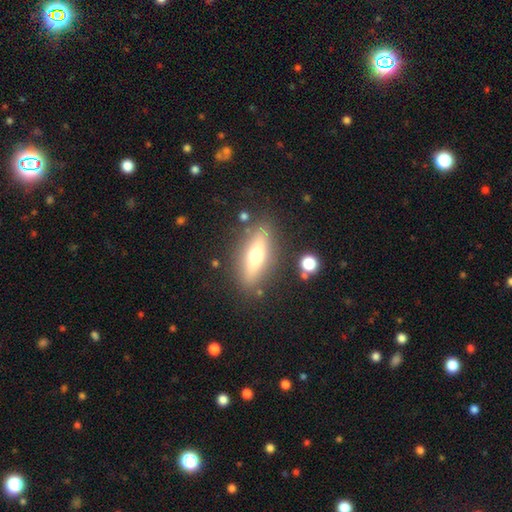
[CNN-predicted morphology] Q: Smooth or featured?
A: smooth (48%); runner-up: featured or disk (44%)
Q: Merging?
A: none (83%); runner-up: minor disturbance (11%)